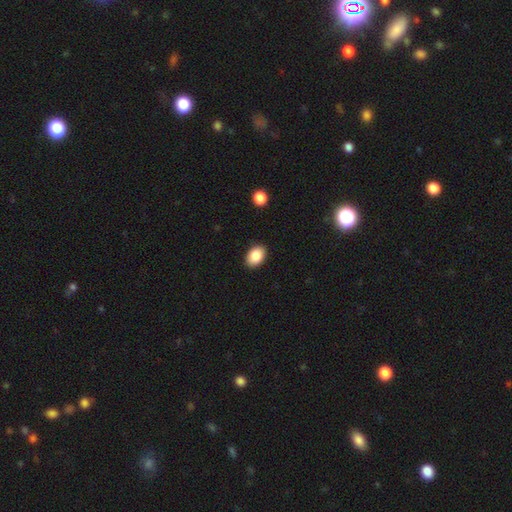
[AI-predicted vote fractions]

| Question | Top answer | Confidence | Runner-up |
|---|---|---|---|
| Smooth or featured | smooth | 88% | star or artifact (7%) |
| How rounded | in between | 84% | round (15%) |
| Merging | none | 89% | minor disturbance (8%) |